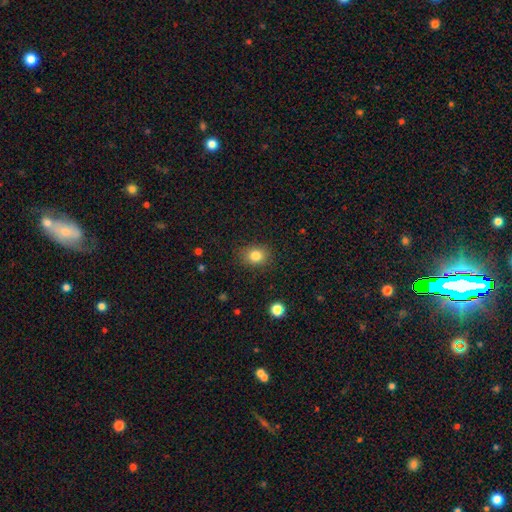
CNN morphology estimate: Smooth or featured? smooth (82%)
How rounded? round (58%)
Merging? none (86%)